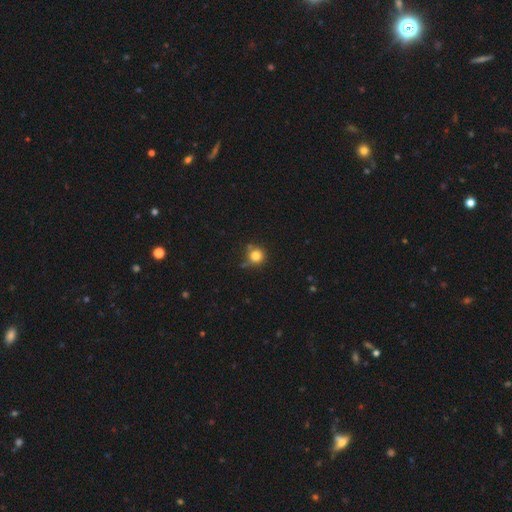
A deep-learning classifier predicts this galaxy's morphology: smooth 81%, star or artifact 12%, featured or disk 6%. Down the decision tree: how rounded — round (93%); merging — none (73%).